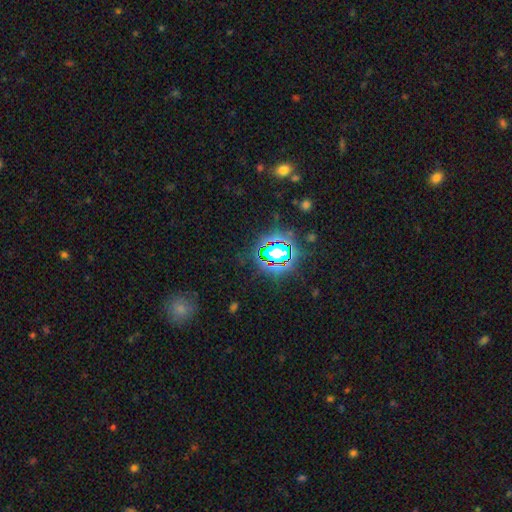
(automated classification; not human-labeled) A star or artifact, not a galaxy (77%).